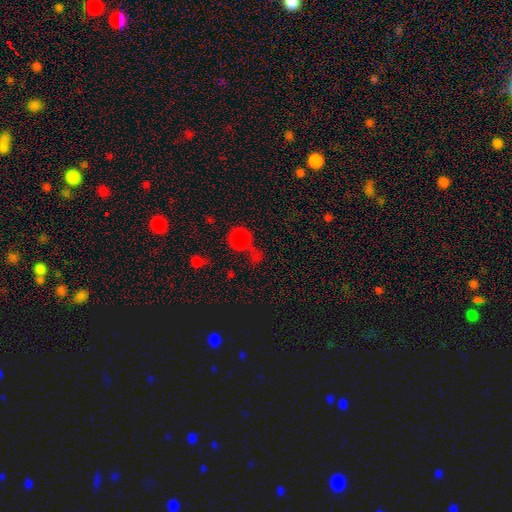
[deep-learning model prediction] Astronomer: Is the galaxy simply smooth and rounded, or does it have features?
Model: smooth — 67%.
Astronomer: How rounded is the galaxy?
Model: round — 87%.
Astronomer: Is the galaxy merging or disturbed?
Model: none — 57%.